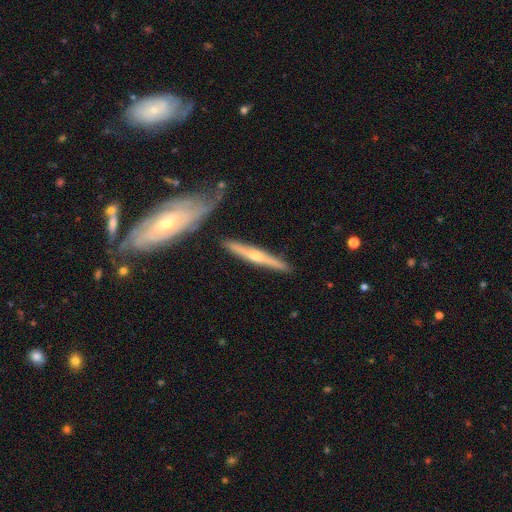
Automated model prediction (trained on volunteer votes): This is likely a featured or disk galaxy (73%). It is clearly viewed edge-on (94%). Edge-on bulge: clearly rounded (86%). Merging: clearly none (83%).